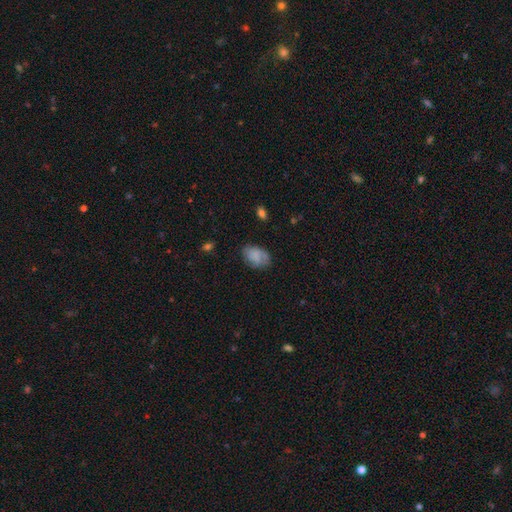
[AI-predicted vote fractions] smooth-or-featured: smooth: 73% | featured or disk: 18% | star or artifact: 9%
  how-rounded: in between: 86% | round: 13% | cigar-shaped: 1%
  merging: none: 66% | minor disturbance: 24% | major disturbance: 8% | merger: 2%